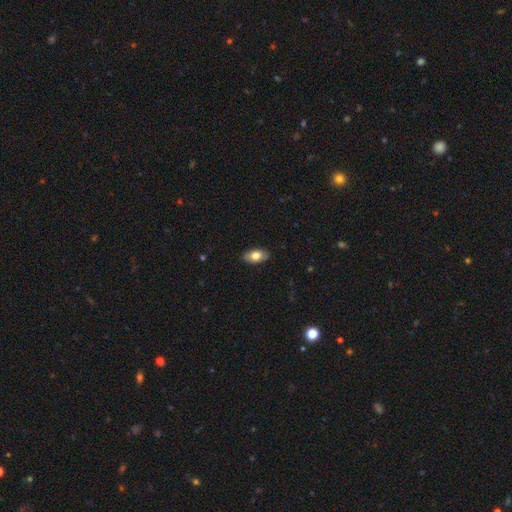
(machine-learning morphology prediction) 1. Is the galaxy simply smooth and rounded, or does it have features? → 77% smooth, 17% featured or disk, 7% star or artifact.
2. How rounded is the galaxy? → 92% in between, 5% round, 3% cigar-shaped.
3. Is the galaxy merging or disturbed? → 87% none, 10% minor disturbance, 2% major disturbance, 1% merger.